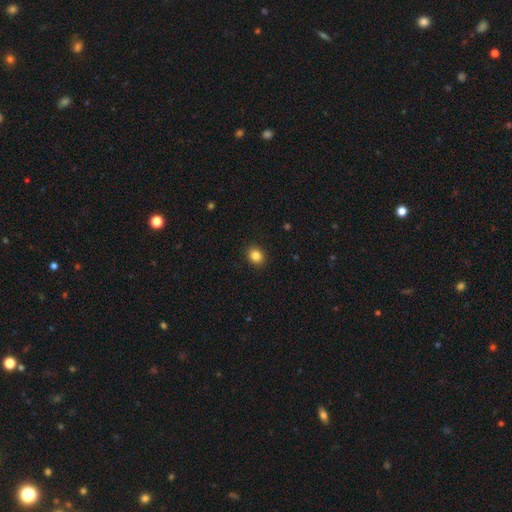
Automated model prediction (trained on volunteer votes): Smooth or featured? smooth (85%)
How rounded? round (51%)
Merging? none (91%)